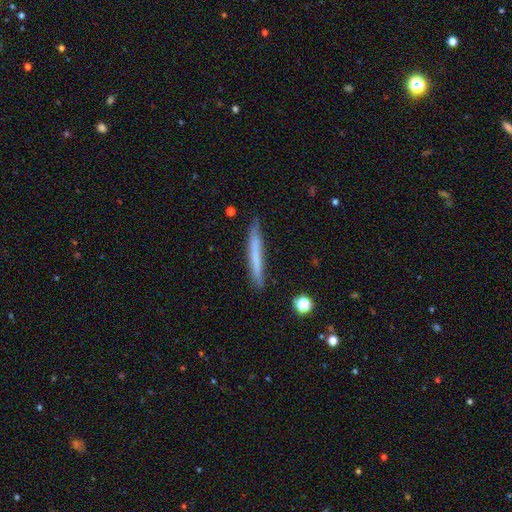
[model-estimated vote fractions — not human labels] This is likely a smooth galaxy (65%). How rounded: clearly cigar-shaped (96%). Merging: clearly none (87%).